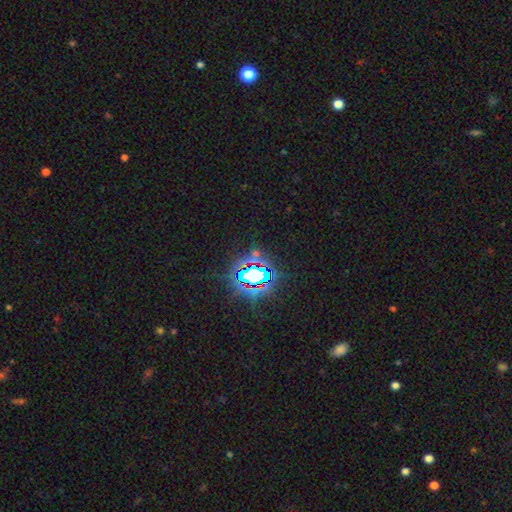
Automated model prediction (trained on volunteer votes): smooth-or-featured: star or artifact: 78% | smooth: 13% | featured or disk: 9%